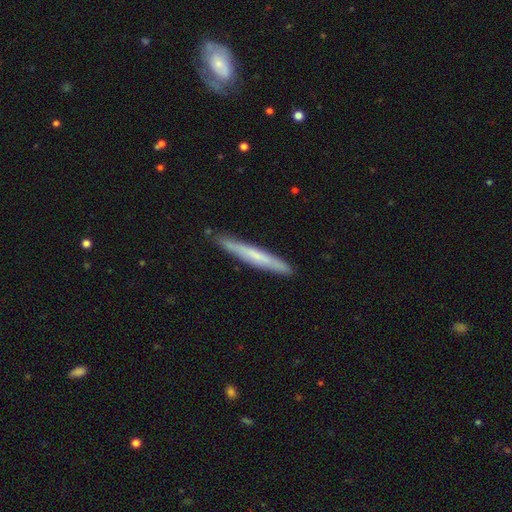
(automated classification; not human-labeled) This appears to be a smooth galaxy with no disk features (53%) that is cigar-shaped (96%). Merging: none (86%).